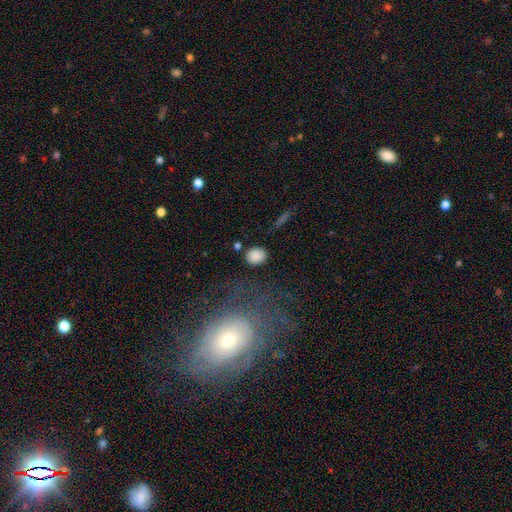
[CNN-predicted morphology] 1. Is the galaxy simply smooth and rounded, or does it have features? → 86% smooth, 9% star or artifact, 5% featured or disk.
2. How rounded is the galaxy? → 63% round, 36% in between, 1% cigar-shaped.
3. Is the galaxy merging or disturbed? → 83% none, 10% minor disturbance, 4% major disturbance, 3% merger.